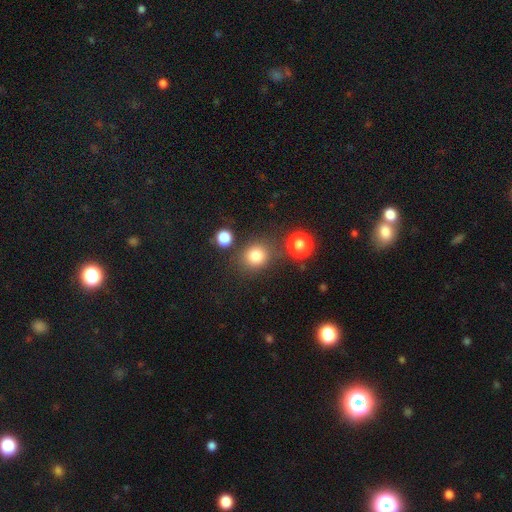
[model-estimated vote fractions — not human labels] Q: Smooth or featured?
A: smooth (81%); runner-up: star or artifact (13%)
Q: How rounded?
A: round (82%); runner-up: in between (17%)
Q: Merging?
A: none (76%); runner-up: minor disturbance (11%)